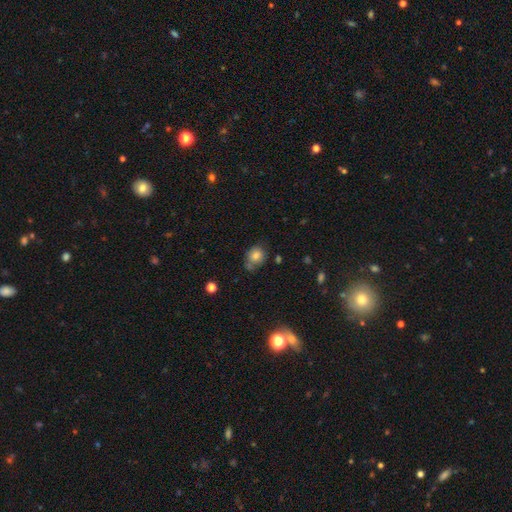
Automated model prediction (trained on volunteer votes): smooth_or_featured: smooth (p=0.76) [alt: featured or disk p=0.13]
how_rounded: round (p=0.57) [alt: in between p=0.42]
merging: none (p=0.55) [alt: minor disturbance p=0.28]